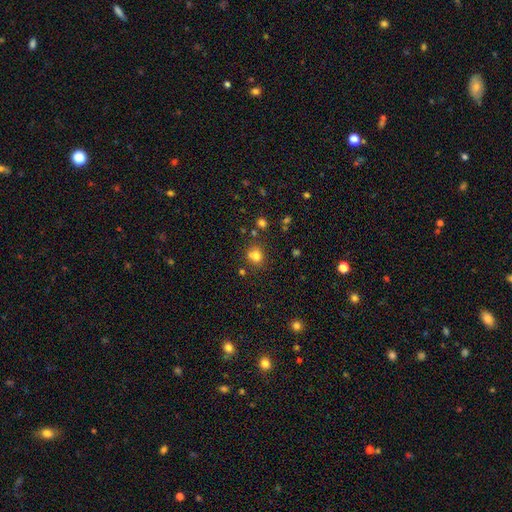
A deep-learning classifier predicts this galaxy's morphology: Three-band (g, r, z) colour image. It shows a smooth galaxy with no disk features (74%) that is round (75%). Merging: none (57%).